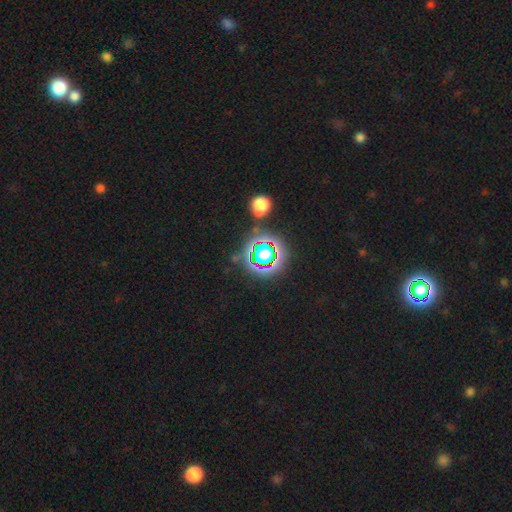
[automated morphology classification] Overall: star or artifact (79%).